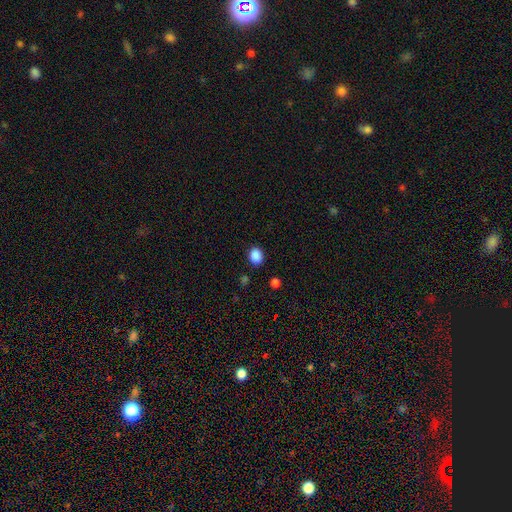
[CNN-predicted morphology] Smooth or featured: smooth — 88% (star or artifact — 10%)
How rounded: round — 50% (in between — 49%)
Merging: none — 86% (minor disturbance — 9%)